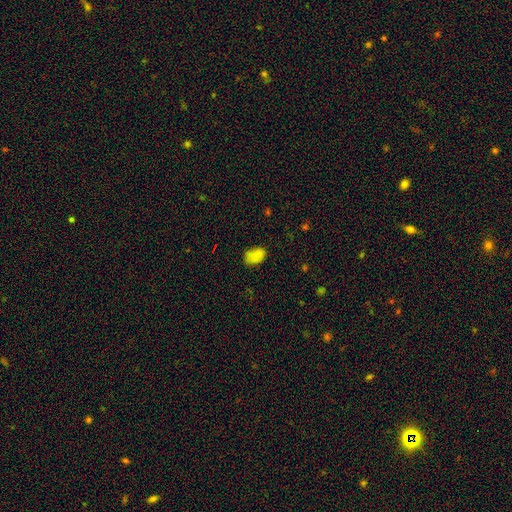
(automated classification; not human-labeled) A smooth galaxy with no disk features (85%) that is in between round and cigar-shaped (89%). Merging: none (77%).